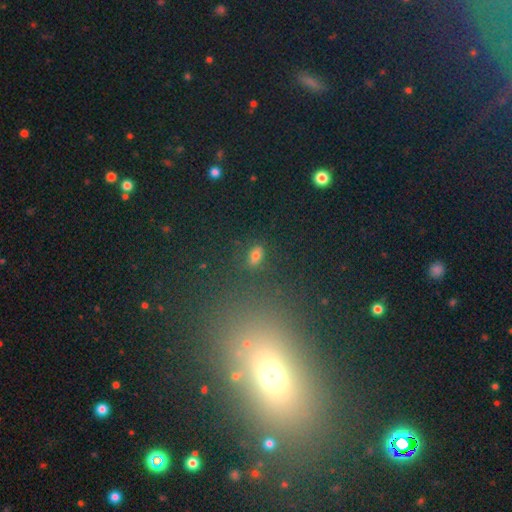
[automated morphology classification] Overall: smooth (64%; star or artifact 26%). How rounded: in between (80%). Merging: none (76%).